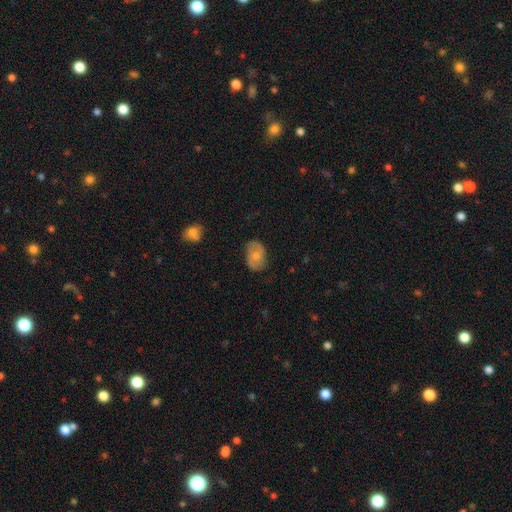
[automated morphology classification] Smooth or featured? Predicted: smooth (p=0.58). How rounded? Predicted: in between (p=0.80). Merging? Predicted: none (p=0.70).